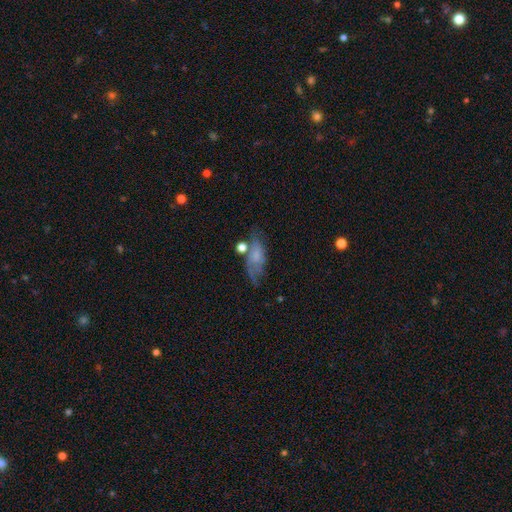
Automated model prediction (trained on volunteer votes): smooth_or_featured: smooth (p=0.48) [alt: featured or disk p=0.43]
merging: none (p=0.47) [alt: minor disturbance p=0.27]